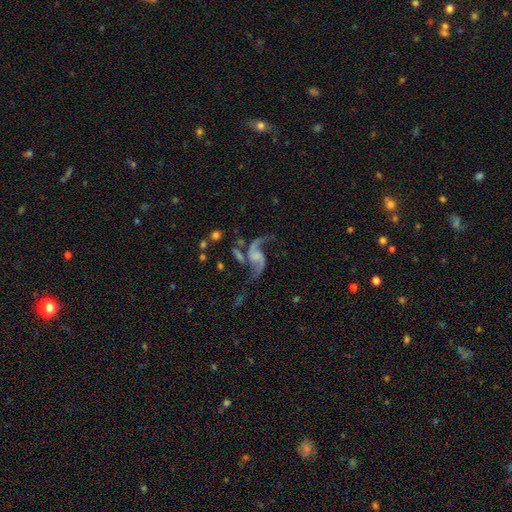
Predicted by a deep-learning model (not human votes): Smooth or featured?
  - featured or disk: 88% *
  - star or artifact: 6%
  - smooth: 6%
Edge-on disk?
  - no: 97% *
  - yes: 3%
Bar?
  - no: 55% *
  - weak: 34%
  - strong: 11%
Spiral arms?
  - yes: 96% *
  - no: 4%
Spiral winding?
  - loose: 81% *
  - medium: 16%
  - tight: 3%
Spiral arm count?
  - 2: 92% *
  - 1: 3%
  - can't tell: 2%
  - 3: 1%
  - 4: 1%
  - more than 4: 1%
Bulge size?
  - none: 42% *
  - small: 31%
  - moderate: 19%
  - large: 6%
  - dominant: 2%
Merging?
  - none: 51% *
  - major disturbance: 19%
  - minor disturbance: 17%
  - merger: 13%